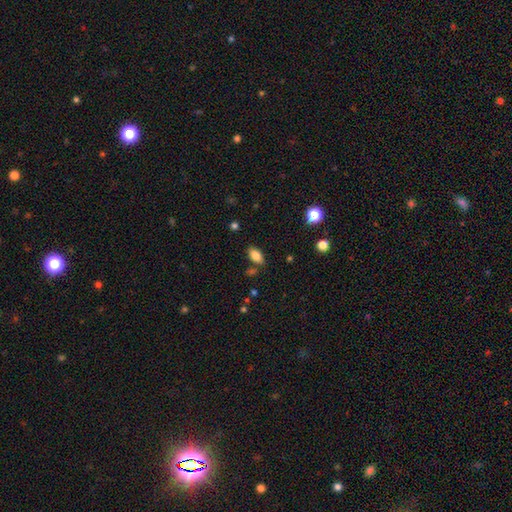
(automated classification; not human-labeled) A smooth galaxy with no disk features (81%) that is in between round and cigar-shaped (89%).

Vote fractions:
- Smooth or featured? smooth: 81% / star or artifact: 10% / featured or disk: 9%
- How rounded? in between: 89% / round: 6% / cigar-shaped: 5%
- Merging? none: 80% / minor disturbance: 12% / merger: 5% / major disturbance: 3%